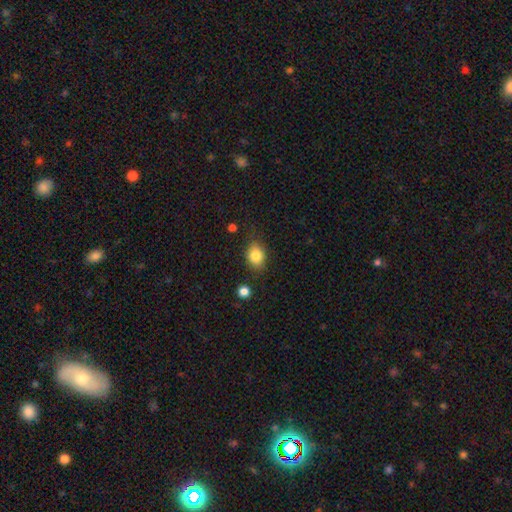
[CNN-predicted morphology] The model was most divided on "how rounded": in between: 58%, round: 40%, cigar-shaped: 1%. More confident: smooth or featured — smooth (83%); merging — none (80%).